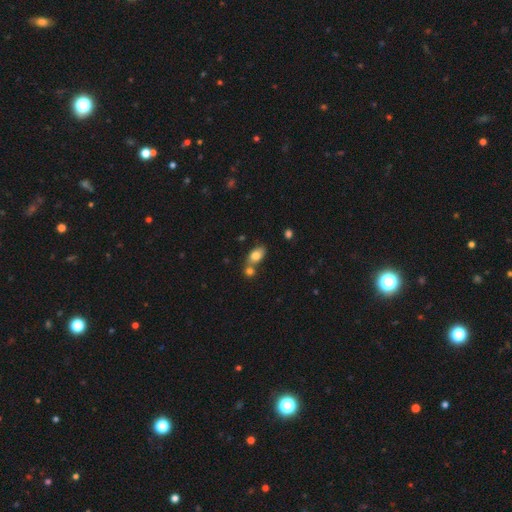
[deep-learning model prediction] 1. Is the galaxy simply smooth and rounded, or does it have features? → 80% smooth, 11% featured or disk, 8% star or artifact.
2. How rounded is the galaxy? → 86% in between, 11% round, 3% cigar-shaped.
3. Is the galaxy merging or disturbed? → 48% none, 37% merger, 12% minor disturbance, 4% major disturbance.